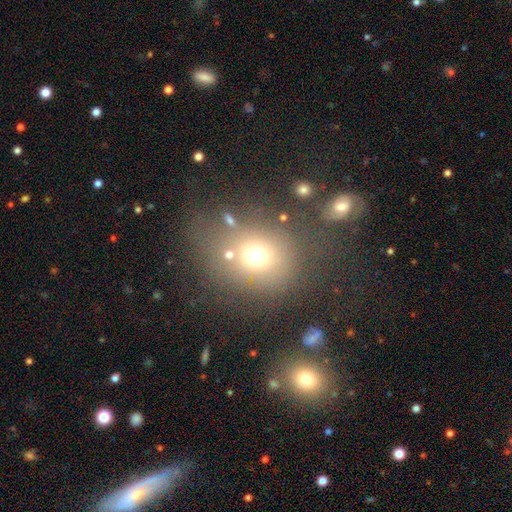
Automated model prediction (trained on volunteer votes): Morphology: type=smooth (68%); roundness=round (75%); merging=none (62%).